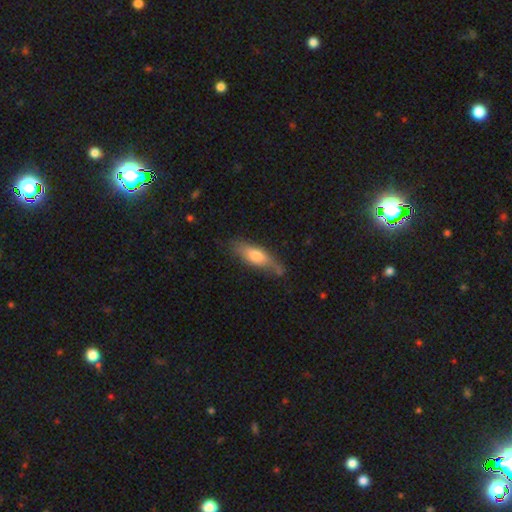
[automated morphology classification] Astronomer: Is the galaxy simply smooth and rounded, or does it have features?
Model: smooth — 65%.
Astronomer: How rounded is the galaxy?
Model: in between — 53% (runner-up: cigar-shaped, 45%).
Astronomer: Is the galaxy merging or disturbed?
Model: none — 63%.